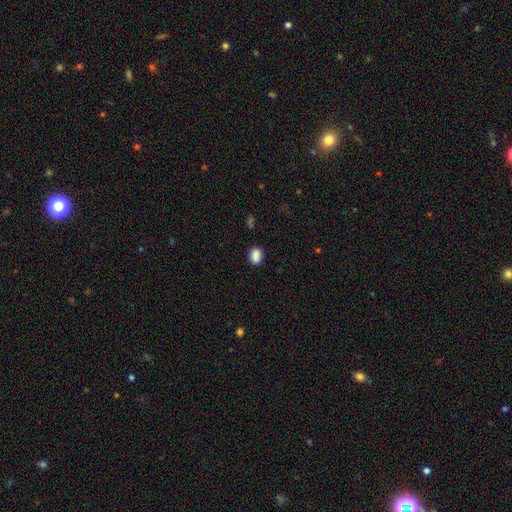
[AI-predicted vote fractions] This is clearly a smooth galaxy (88%). How rounded: likely in between (67%). Merging: clearly none (85%).